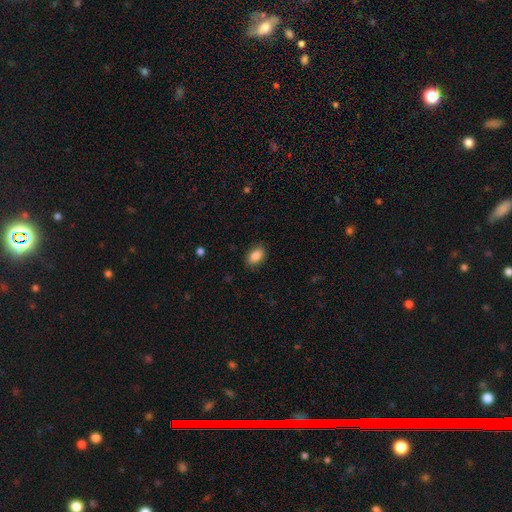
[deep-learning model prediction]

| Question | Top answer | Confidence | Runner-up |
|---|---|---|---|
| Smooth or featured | smooth | 87% | star or artifact (8%) |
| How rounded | in between | 89% | round (10%) |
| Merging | none | 87% | minor disturbance (9%) |